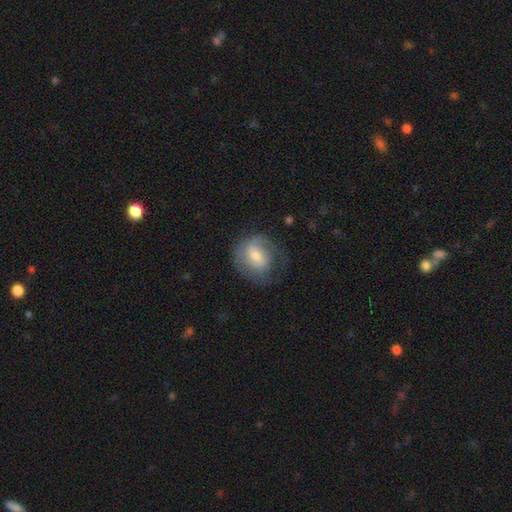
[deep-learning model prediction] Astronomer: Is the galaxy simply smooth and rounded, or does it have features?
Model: featured or disk — 52% (runner-up: smooth, 40%).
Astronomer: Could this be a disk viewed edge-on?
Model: no — 96%.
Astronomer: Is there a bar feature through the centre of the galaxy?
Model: weak — 46% (runner-up: no, 37%).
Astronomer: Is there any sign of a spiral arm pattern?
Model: yes — 72%.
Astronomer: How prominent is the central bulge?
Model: moderate — 50% (runner-up: small, 41%).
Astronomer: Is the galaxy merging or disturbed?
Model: none — 56%.